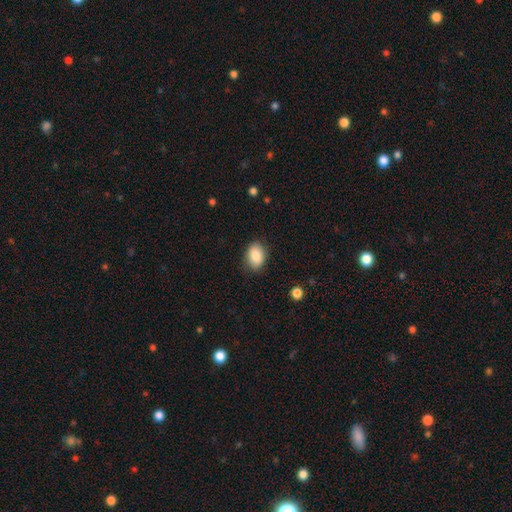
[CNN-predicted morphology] A smooth galaxy with no disk features (87%) that is in between round and cigar-shaped (81%). Merging: none (83%).